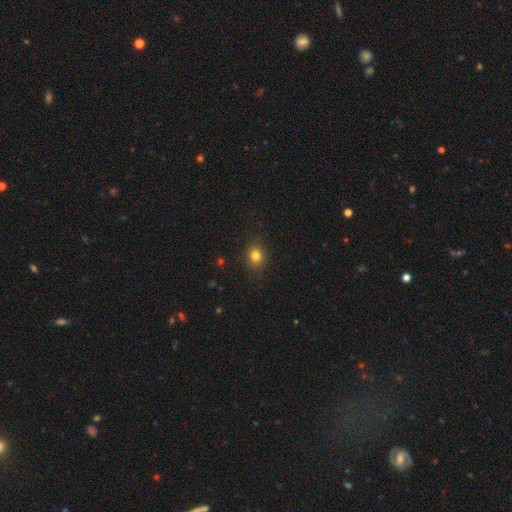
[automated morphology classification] Smooth or featured?
  - smooth: 81% *
  - star or artifact: 13%
  - featured or disk: 6%
How rounded?
  - round: 63% *
  - in between: 36%
  - cigar-shaped: 1%
Merging?
  - none: 87% *
  - minor disturbance: 9%
  - major disturbance: 3%
  - merger: 1%